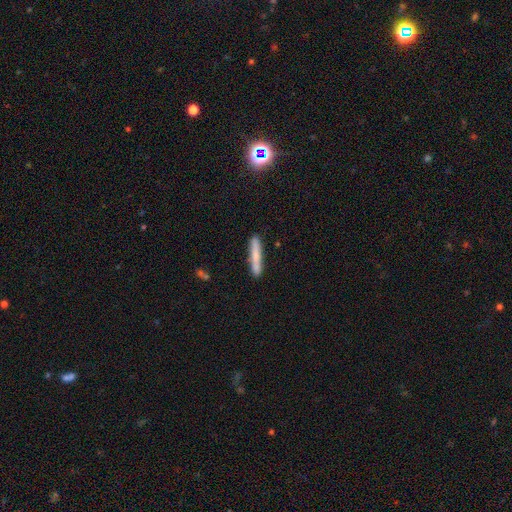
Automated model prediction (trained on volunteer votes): This is likely a smooth galaxy (72%). How rounded: clearly cigar-shaped (94%). Merging: clearly none (84%).